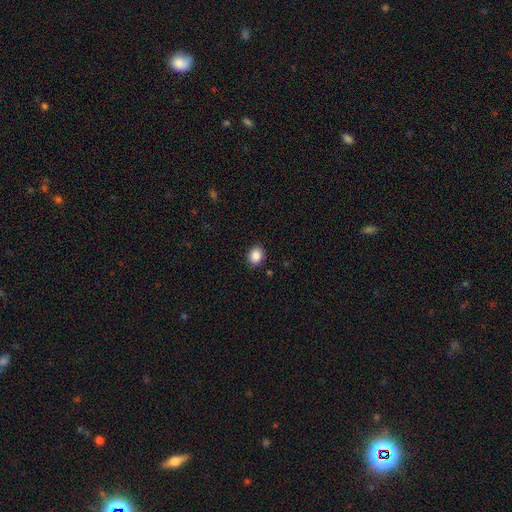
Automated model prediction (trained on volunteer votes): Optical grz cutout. It shows a smooth galaxy with no disk features (88%) that is round (57%). Merging: none (89%).